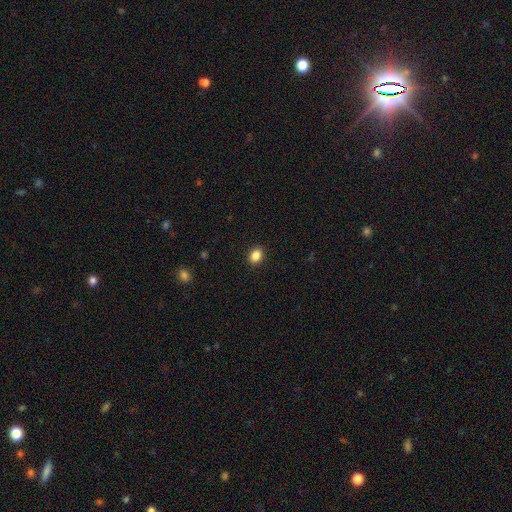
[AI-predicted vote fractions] A smooth galaxy with no disk features (87%) that is in between round and cigar-shaped (60%).

Vote fractions:
- Smooth or featured? smooth: 87% / star or artifact: 9% / featured or disk: 4%
- How rounded? in between: 60% / round: 39% / cigar-shaped: 1%
- Merging? none: 91% / minor disturbance: 6% / major disturbance: 2% / merger: 1%